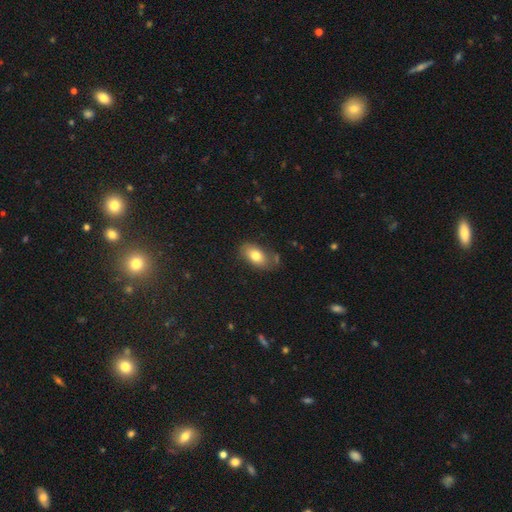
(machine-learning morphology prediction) A smooth galaxy with no disk features (77%) that is in between round and cigar-shaped (90%). Merging: none (70%).